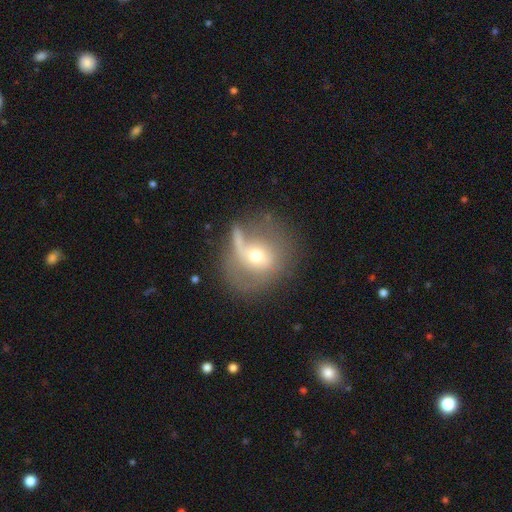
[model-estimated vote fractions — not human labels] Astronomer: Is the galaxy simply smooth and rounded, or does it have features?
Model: featured or disk — 54% (runner-up: smooth, 36%).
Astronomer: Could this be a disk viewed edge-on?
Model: no — 94%.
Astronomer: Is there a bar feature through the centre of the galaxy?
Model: no — 54% (runner-up: weak, 33%).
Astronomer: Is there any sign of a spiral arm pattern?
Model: yes — 60% (runner-up: no, 40%).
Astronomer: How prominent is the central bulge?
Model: moderate — 58%.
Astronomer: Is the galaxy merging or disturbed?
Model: none — 41% (runner-up: major disturbance, 26%).